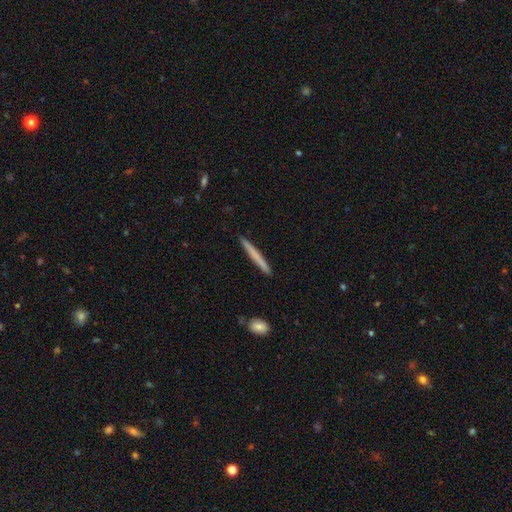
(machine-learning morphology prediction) A smooth galaxy with no disk features (61%) that is cigar-shaped (97%). Merging: none (92%).